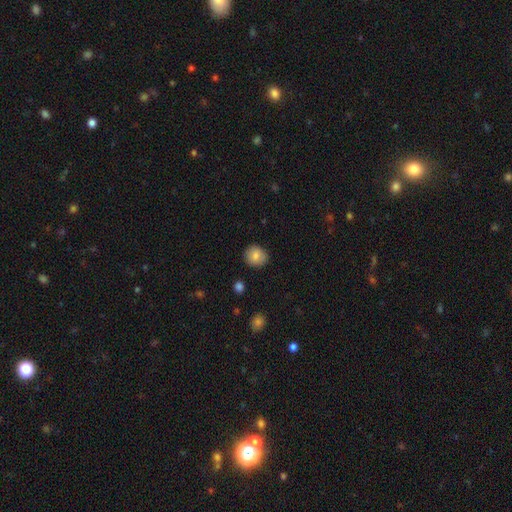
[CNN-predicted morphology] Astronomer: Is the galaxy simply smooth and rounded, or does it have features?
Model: smooth — 83%.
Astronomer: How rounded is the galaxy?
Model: round — 80%.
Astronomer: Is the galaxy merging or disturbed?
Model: none — 84%.